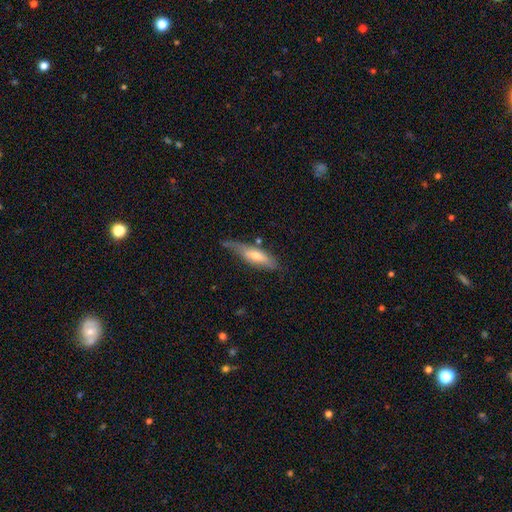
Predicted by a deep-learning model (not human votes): Morphology: type=smooth (53%); roundness=cigar-shaped (63%); merging=none (51%).